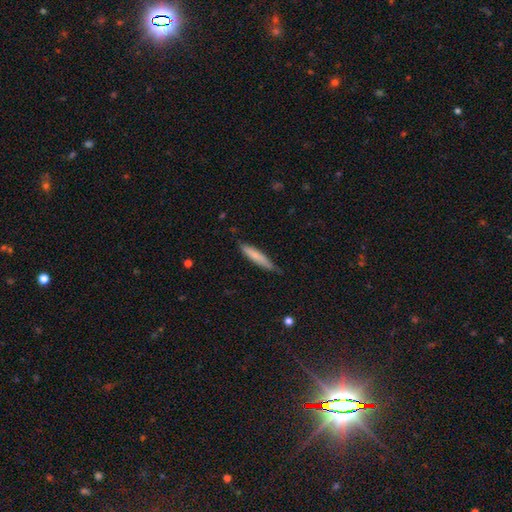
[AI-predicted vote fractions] Smooth or featured? smooth (72%)
How rounded? cigar-shaped (89%)
Merging? none (76%)